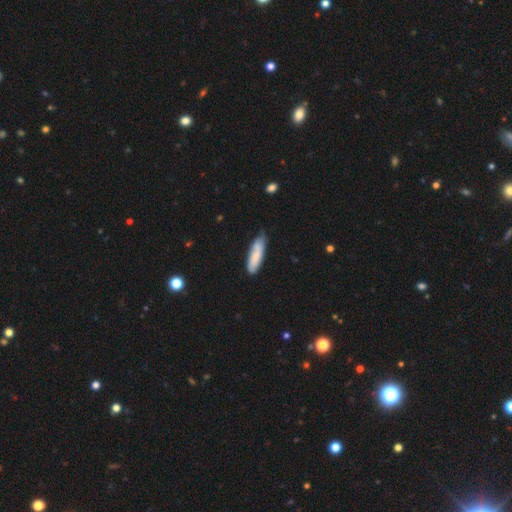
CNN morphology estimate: Smooth or featured: smooth — 76% (featured or disk — 18%)
How rounded: cigar-shaped — 58% (in between — 41%)
Merging: none — 64% (minor disturbance — 28%)